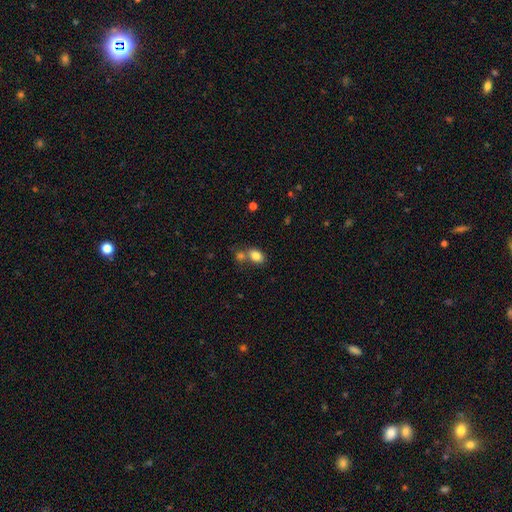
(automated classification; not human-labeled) Q: Smooth or featured?
A: smooth (82%); runner-up: star or artifact (10%)
Q: How rounded?
A: in between (73%); runner-up: round (25%)
Q: Merging?
A: none (51%); runner-up: merger (34%)